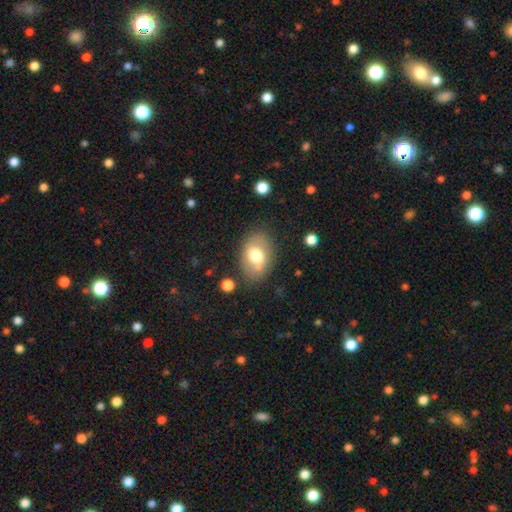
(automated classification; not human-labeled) Q: Smooth or featured?
A: smooth (65%); runner-up: featured or disk (27%)
Q: How rounded?
A: in between (80%); runner-up: round (19%)
Q: Merging?
A: none (73%); runner-up: minor disturbance (16%)